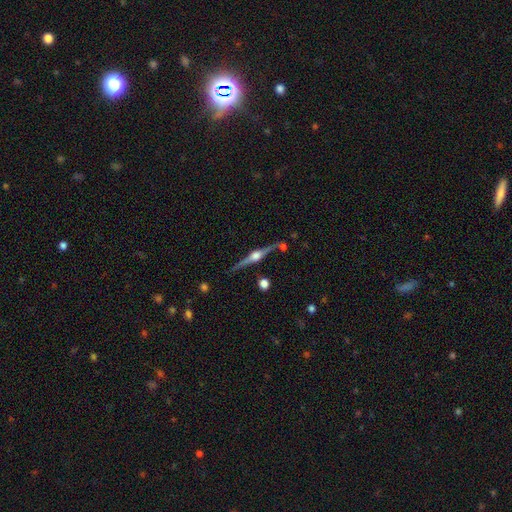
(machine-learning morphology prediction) Smooth or featured: featured or disk — 87% (smooth — 8%)
Edge-on disk: yes — 98% (no — 2%)
Edge-on bulge: rounded — 94% (boxy — 4%)
Merging: none — 82% (minor disturbance — 10%)